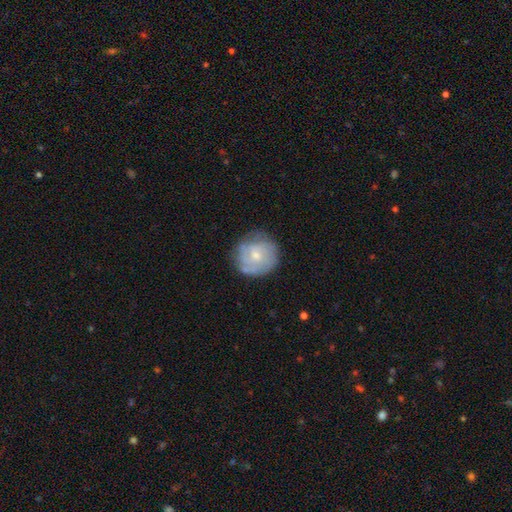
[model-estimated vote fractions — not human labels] Smooth or featured? featured or disk (51%)
Edge-on disk? no (98%)
Merging? none (70%)